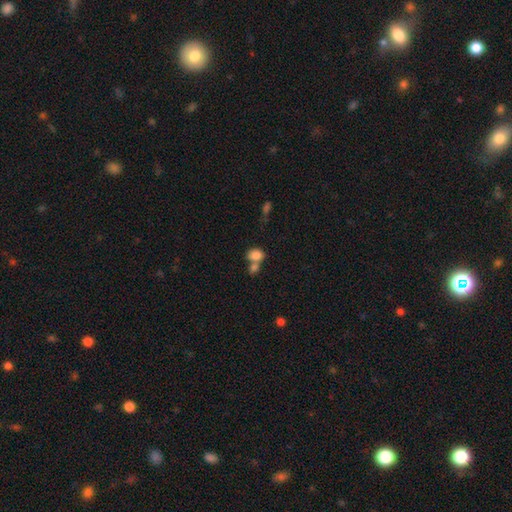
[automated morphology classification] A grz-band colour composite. It shows a smooth galaxy with no disk features (83%) that is in between round and cigar-shaped (63%). Merging: merger (51%).